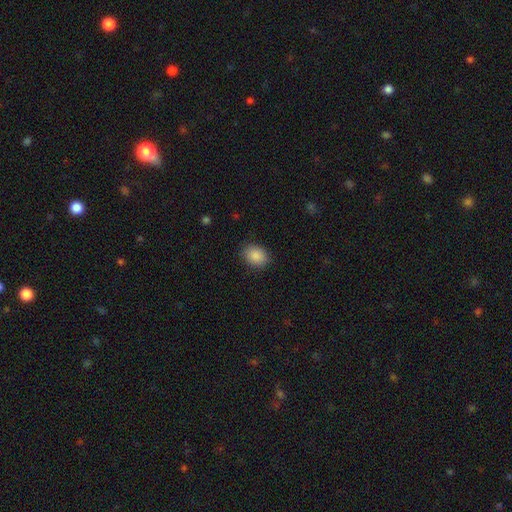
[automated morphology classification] Overall: smooth (88%). How rounded: in between (57%; round 42%). Merging: none (87%).